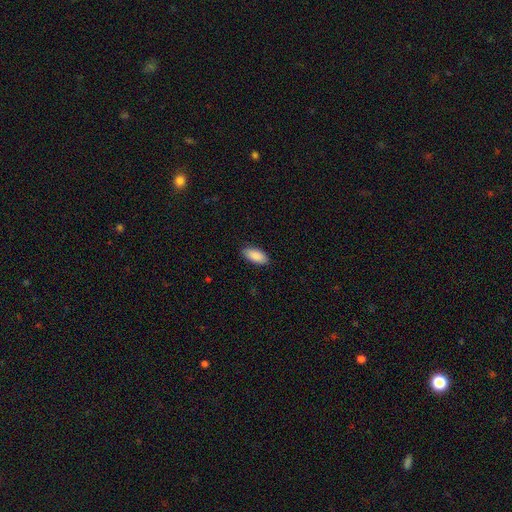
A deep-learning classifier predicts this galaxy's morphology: smooth-or-featured: smooth: 90% | star or artifact: 6% | featured or disk: 4%
  how-rounded: in between: 90% | cigar-shaped: 8% | round: 2%
  merging: none: 88% | minor disturbance: 9% | major disturbance: 2% | merger: 1%